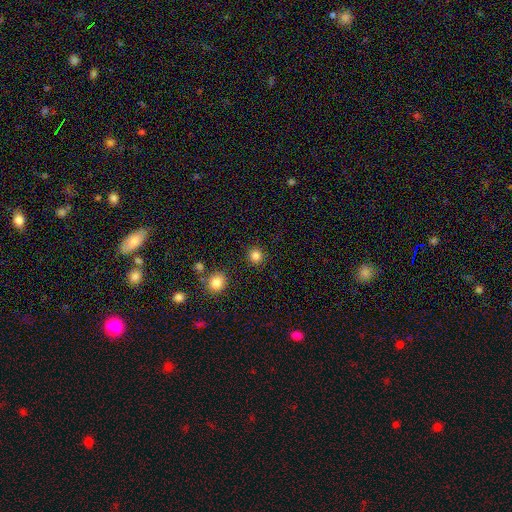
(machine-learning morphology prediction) Smooth or featured? Predicted: smooth (p=0.84). How rounded? Predicted: round (p=0.93). Merging? Predicted: none (p=0.89).